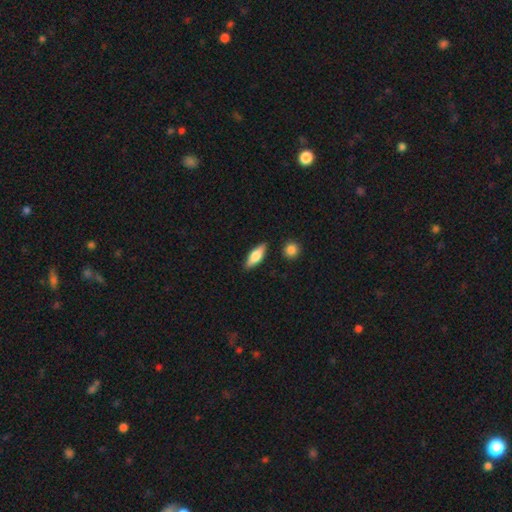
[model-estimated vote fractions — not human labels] Smooth or featured? smooth (69%)
How rounded? in between (64%)
Merging? none (86%)